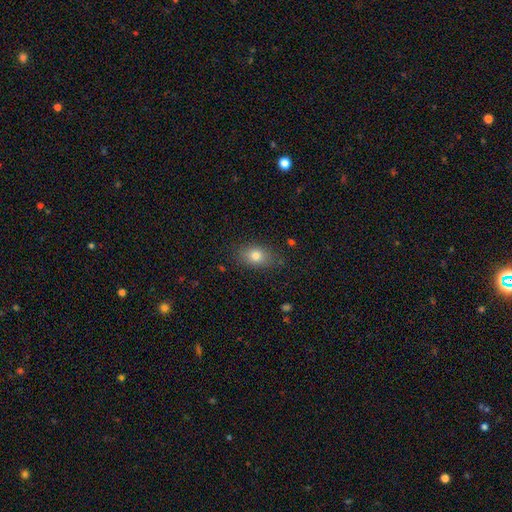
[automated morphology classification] Smooth or featured? Predicted: smooth (p=0.79). How rounded? Predicted: in between (p=0.78). Merging? Predicted: none (p=0.82).